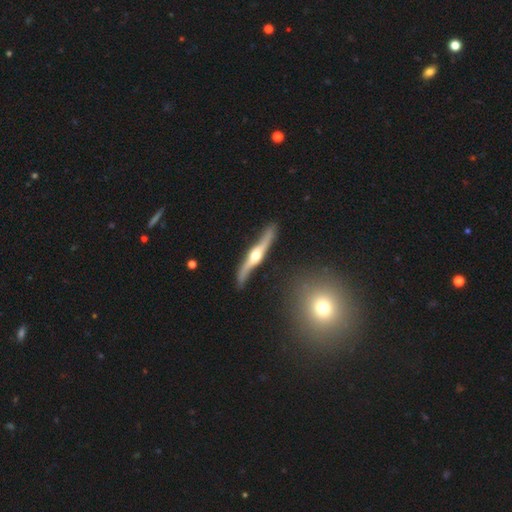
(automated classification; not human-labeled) The model was most divided on "merging": none: 74%, minor disturbance: 17%, major disturbance: 5%, merger: 3%. More confident: edge-on bulge — rounded (94%); smooth or featured — featured or disk (83%); edge-on disk — yes (82%).